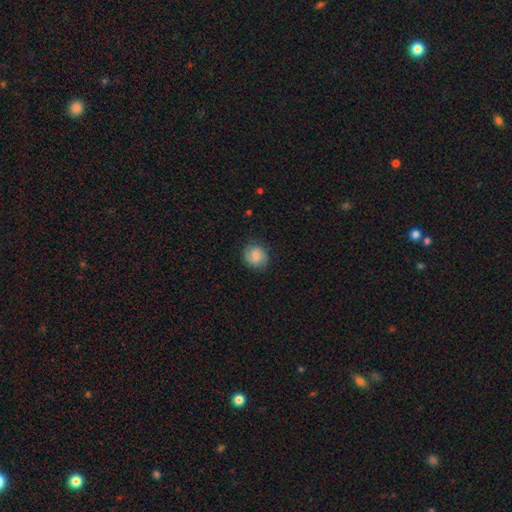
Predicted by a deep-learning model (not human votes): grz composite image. It shows a smooth galaxy with no disk features (74%) that is round (76%). Merging: none (80%).